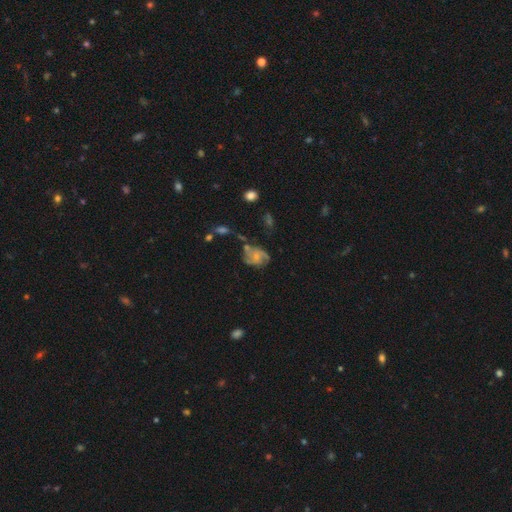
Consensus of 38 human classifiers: featured or disk 79%, smooth 18%, star or artifact 3%. Down the decision tree: edge-on disk — no (97%); bar — no (72%); spiral arms — yes (90%); spiral arm count — 2 (42%); spiral winding — medium (46%); bulge size — small (45%); merging — none (51%).